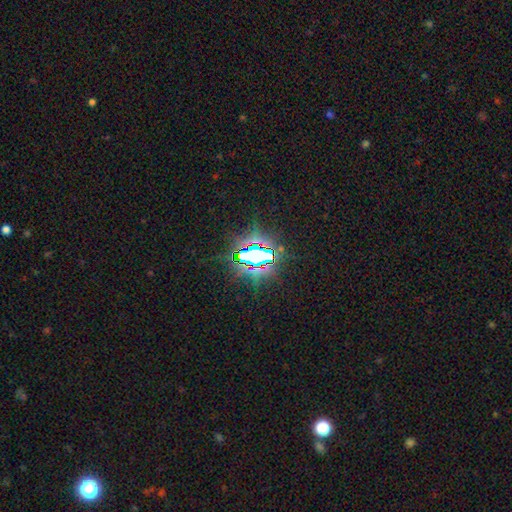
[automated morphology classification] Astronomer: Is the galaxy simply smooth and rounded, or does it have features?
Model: star or artifact — 74%.